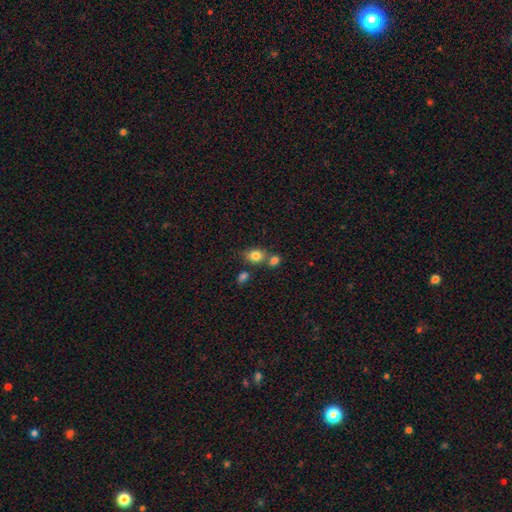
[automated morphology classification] smooth_or_featured: smooth (p=0.82) [alt: star or artifact p=0.10]
how_rounded: in between (p=0.54) [alt: round p=0.44]
merging: none (p=0.54) [alt: merger p=0.31]